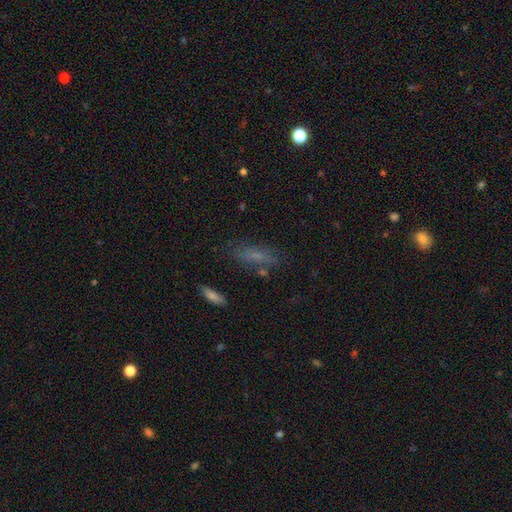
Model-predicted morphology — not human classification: Q: Smooth or featured?
A: smooth (56%); runner-up: featured or disk (26%)
Q: How rounded?
A: in between (48%); runner-up: cigar-shaped (47%)
Q: Merging?
A: none (73%); runner-up: minor disturbance (16%)